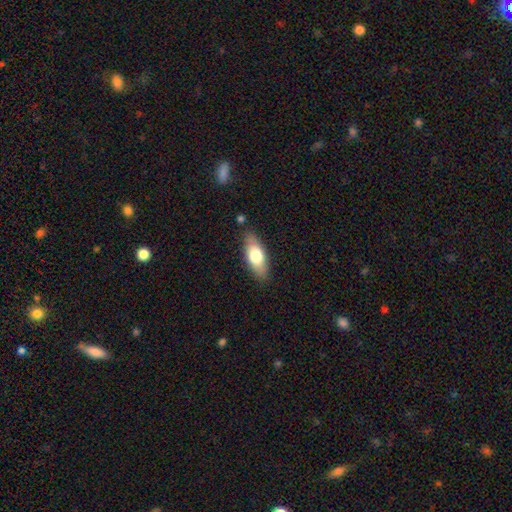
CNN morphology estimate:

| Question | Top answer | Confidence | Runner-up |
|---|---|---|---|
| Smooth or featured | smooth | 70% | featured or disk (24%) |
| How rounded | in between | 75% | cigar-shaped (22%) |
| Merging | none | 83% | minor disturbance (12%) |